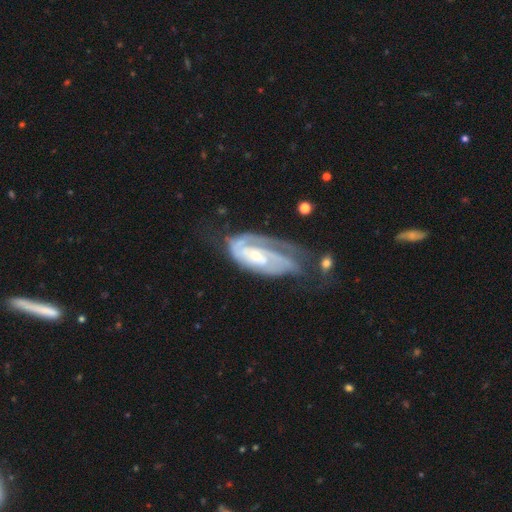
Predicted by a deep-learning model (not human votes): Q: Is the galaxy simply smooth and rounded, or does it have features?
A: featured or disk — 83%.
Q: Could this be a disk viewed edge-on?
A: no — 94%.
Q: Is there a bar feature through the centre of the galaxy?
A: no — 54%.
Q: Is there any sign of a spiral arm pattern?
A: yes — 93%.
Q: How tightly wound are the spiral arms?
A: tight — 60%.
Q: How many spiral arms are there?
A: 2 — 39%.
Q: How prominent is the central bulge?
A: moderate — 46%.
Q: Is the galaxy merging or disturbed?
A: none — 38%.